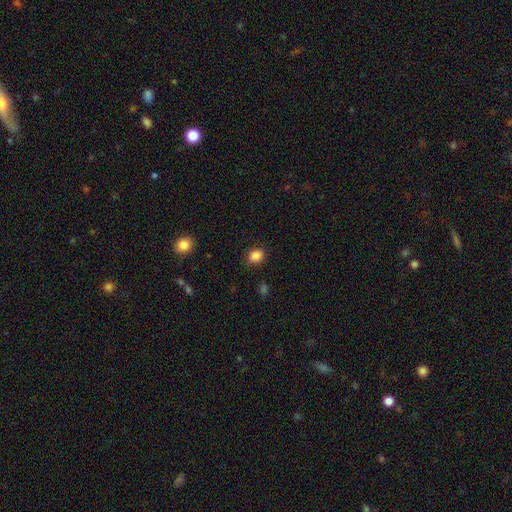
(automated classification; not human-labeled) Morphology: type=smooth (86%); roundness=in between (52%); merging=none (84%).